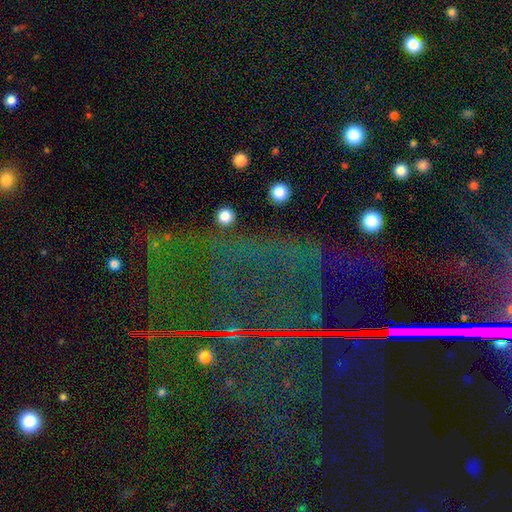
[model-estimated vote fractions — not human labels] Smooth or featured?
  - star or artifact: 80% *
  - featured or disk: 10%
  - smooth: 10%